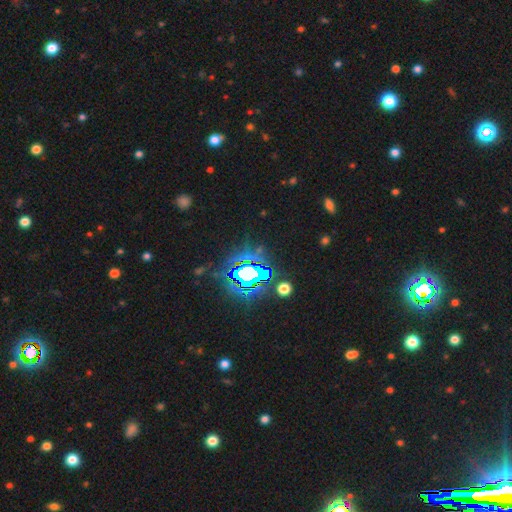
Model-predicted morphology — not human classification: This is clearly a star or artifact rather than a galaxy (84%).